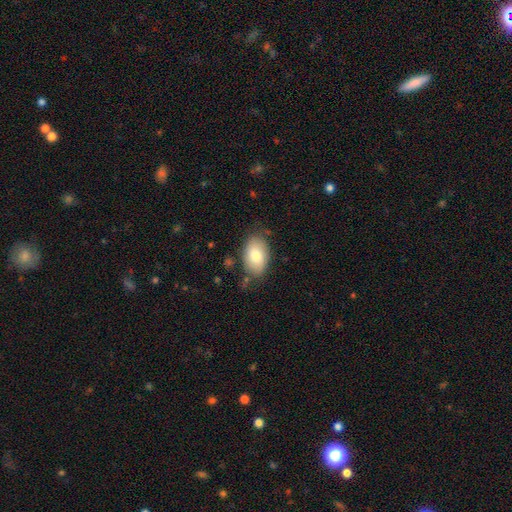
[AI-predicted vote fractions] This appears to be a smooth galaxy with no disk features (79%) that is in between round and cigar-shaped (91%). Merging: none (77%).